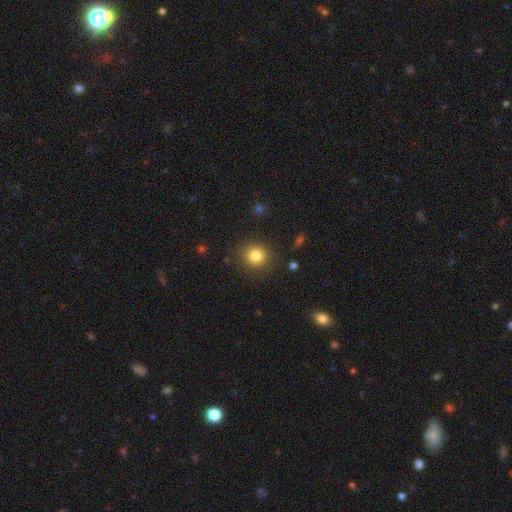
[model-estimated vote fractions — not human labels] A smooth galaxy with no disk features (83%) that is round (90%).

Vote fractions:
- Smooth or featured? smooth: 83% / star or artifact: 11% / featured or disk: 6%
- How rounded? round: 90% / in between: 9% / cigar-shaped: 1%
- Merging? none: 87% / minor disturbance: 8% / major disturbance: 3% / merger: 2%